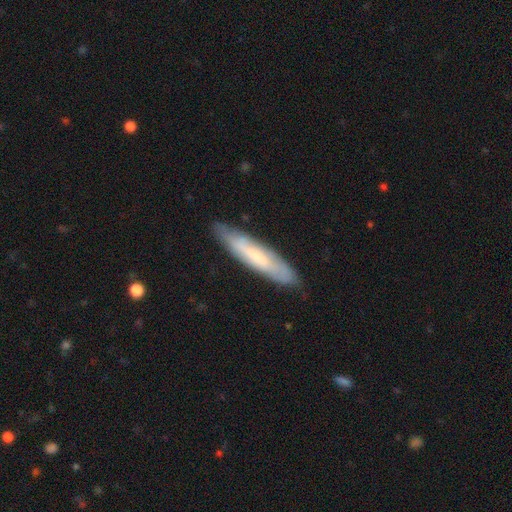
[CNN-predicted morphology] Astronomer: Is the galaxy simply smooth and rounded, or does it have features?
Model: smooth — 52% (runner-up: featured or disk, 42%).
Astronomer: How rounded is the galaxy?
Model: cigar-shaped — 79%.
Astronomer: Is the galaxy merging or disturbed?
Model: none — 82%.